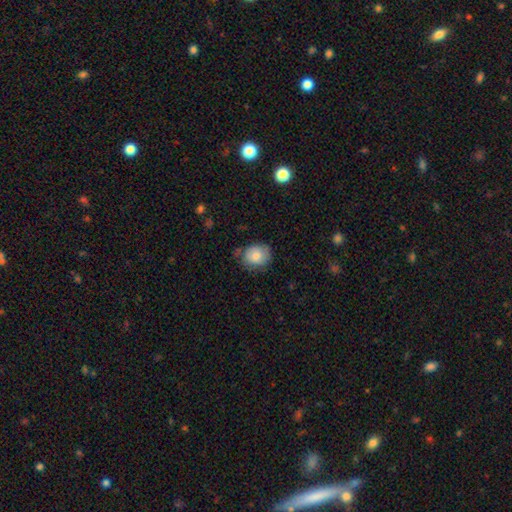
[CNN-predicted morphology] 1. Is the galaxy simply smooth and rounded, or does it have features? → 81% smooth, 11% featured or disk, 7% star or artifact.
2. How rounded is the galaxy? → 60% round, 39% in between, 1% cigar-shaped.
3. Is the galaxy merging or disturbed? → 65% none, 26% minor disturbance, 6% major disturbance, 2% merger.